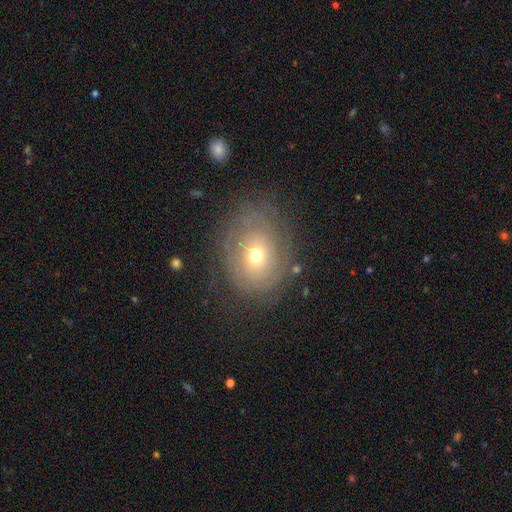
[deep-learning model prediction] The model was most divided on "smooth or featured": featured or disk: 50%, smooth: 38%, star or artifact: 12%. More confident: edge-on disk — no (94%); merging — none (71%).